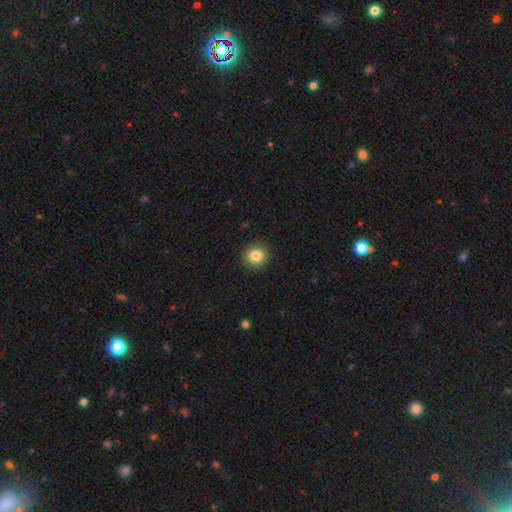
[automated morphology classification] Smooth or featured? smooth (84%)
How rounded? round (89%)
Merging? none (92%)